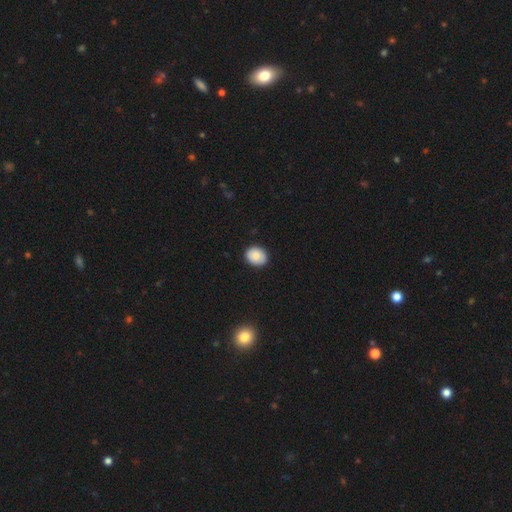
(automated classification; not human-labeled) smooth_or_featured: smooth (p=0.86) [alt: star or artifact p=0.08]
how_rounded: round (p=0.55) [alt: in between p=0.44]
merging: none (p=0.88) [alt: minor disturbance p=0.09]